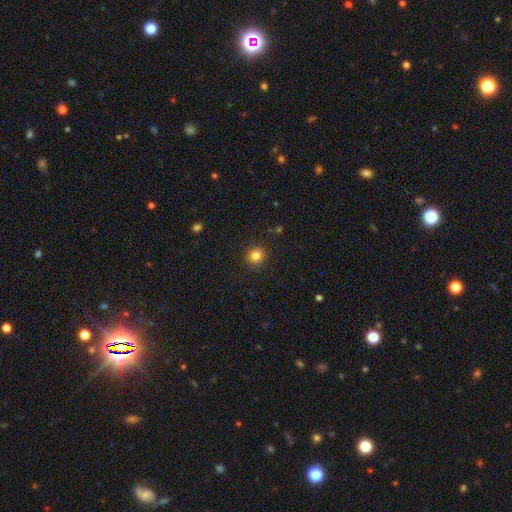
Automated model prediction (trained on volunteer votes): A smooth galaxy with no disk features (83%) that is round (86%).

Vote fractions:
- Smooth or featured? smooth: 83% / star or artifact: 12% / featured or disk: 5%
- How rounded? round: 86% / in between: 13% / cigar-shaped: 1%
- Merging? none: 91% / minor disturbance: 6% / major disturbance: 2% / merger: 1%